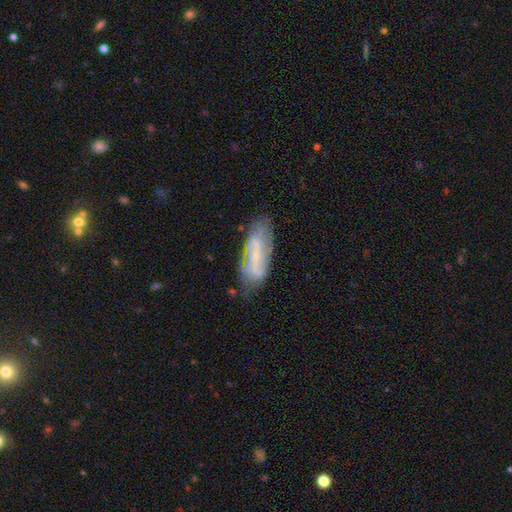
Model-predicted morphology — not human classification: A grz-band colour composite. It shows a featured or disk galaxy (60%) with a weak bar (39%), spiral arms (66%) and a small central bulge (70%). Merging: none (66%).